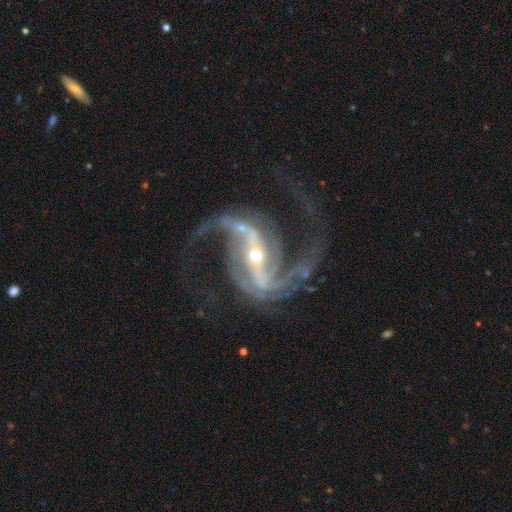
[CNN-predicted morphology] Smooth or featured: featured or disk — 93% (star or artifact — 5%)
Edge-on disk: no — 97% (yes — 3%)
Bar: strong — 74% (weak — 19%)
Spiral arms: yes — 98% (no — 2%)
Spiral winding: medium — 50% (loose — 40%)
Spiral arm count: 2 — 87% (3 — 5%)
Bulge size: small — 64% (moderate — 32%)
Merging: none — 66% (major disturbance — 17%)